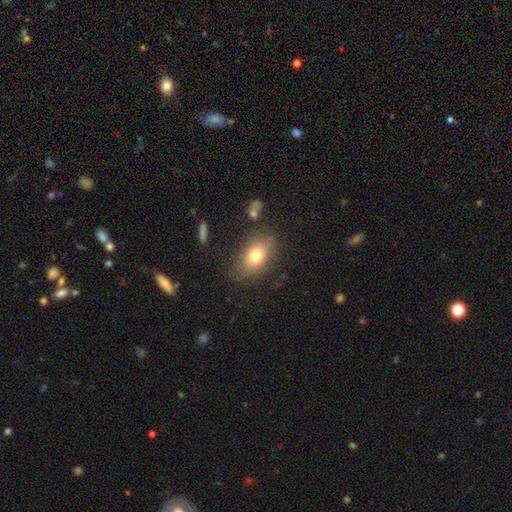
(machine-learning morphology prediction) Smooth or featured? smooth (75%)
How rounded? in between (83%)
Merging? none (77%)